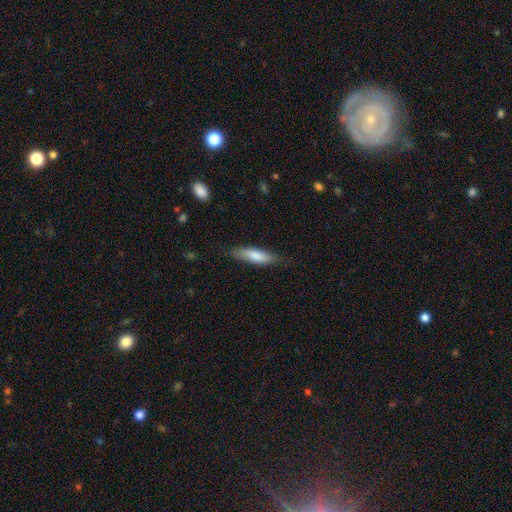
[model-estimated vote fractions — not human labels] Overall: smooth (78%). How rounded: cigar-shaped (62%; in between 36%). Merging: none (80%).